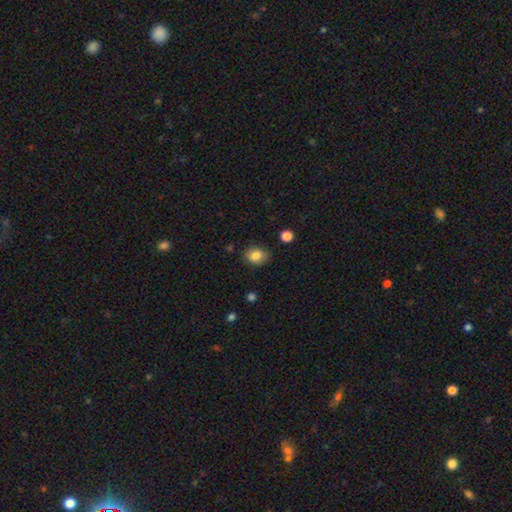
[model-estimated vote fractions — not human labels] This is clearly a smooth galaxy (84%). How rounded: possibly in between (58%). Merging: clearly none (82%).